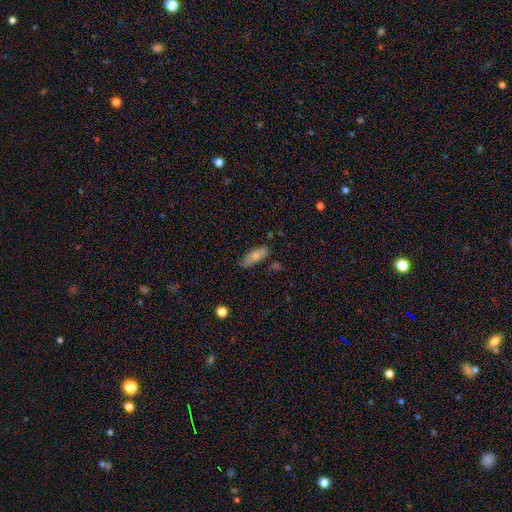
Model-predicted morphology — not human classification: smooth-or-featured: smooth: 75% | featured or disk: 18% | star or artifact: 7%
  how-rounded: in between: 66% | cigar-shaped: 32% | round: 2%
  merging: none: 72% | minor disturbance: 20% | major disturbance: 4% | merger: 3%